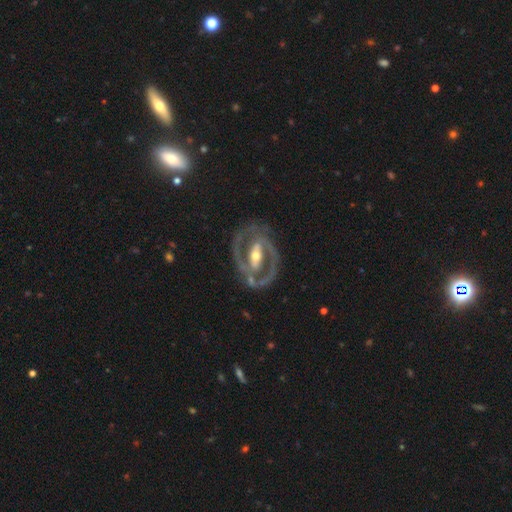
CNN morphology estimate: Smooth or featured? Predicted: featured or disk (p=0.89). Edge-on disk? Predicted: no (p=0.96). Bar? Predicted: strong (p=0.63). Spiral arms? Predicted: yes (p=0.86). Spiral winding? Predicted: medium (p=0.46). Spiral arm count? Predicted: 2 (p=0.87). Bulge size? Predicted: moderate (p=0.61). Merging? Predicted: none (p=0.75).